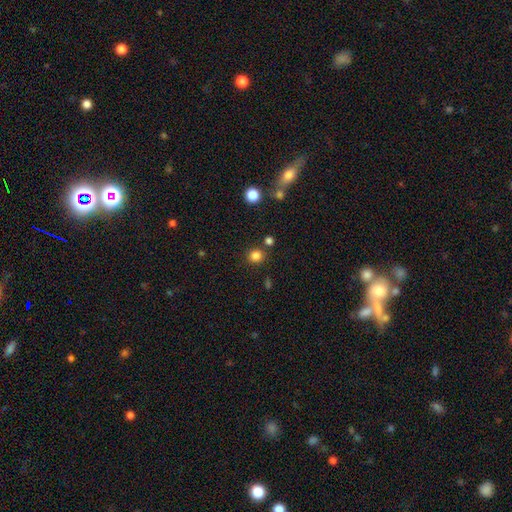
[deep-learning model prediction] Smooth or featured: smooth — 82% (star or artifact — 14%)
How rounded: round — 87% (in between — 12%)
Merging: none — 83% (minor disturbance — 8%)